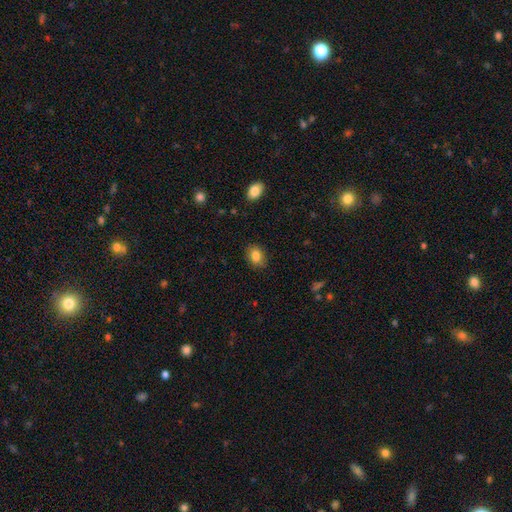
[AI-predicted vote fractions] Smooth or featured: smooth — 84% (star or artifact — 9%)
How rounded: in between — 69% (round — 30%)
Merging: none — 85% (minor disturbance — 11%)